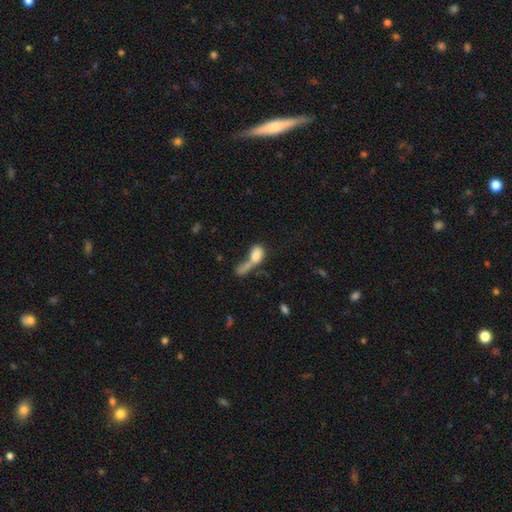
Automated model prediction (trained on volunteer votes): smooth-or-featured: smooth: 73% | featured or disk: 18% | star or artifact: 9%
  how-rounded: in between: 69% | round: 17% | cigar-shaped: 15%
  merging: merger: 52% | major disturbance: 22% | none: 17% | minor disturbance: 9%